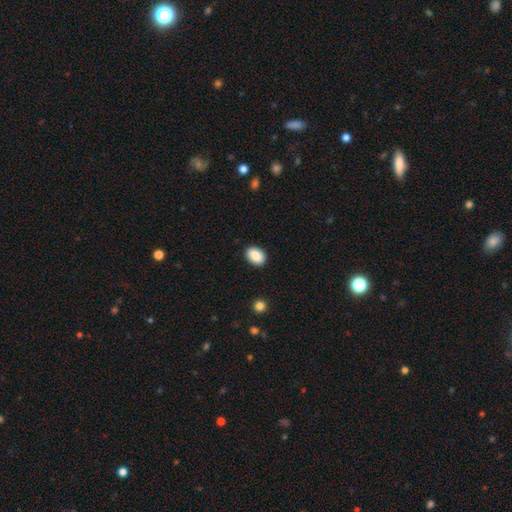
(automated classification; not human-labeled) Smooth or featured? smooth (89%)
How rounded? in between (82%)
Merging? none (90%)